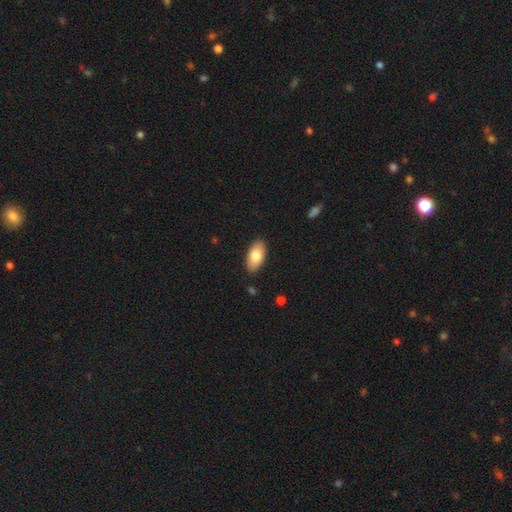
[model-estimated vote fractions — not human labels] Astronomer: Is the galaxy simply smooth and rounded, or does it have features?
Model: smooth — 79%.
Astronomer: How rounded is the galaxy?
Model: in between — 94%.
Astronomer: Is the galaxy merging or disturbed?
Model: none — 88%.